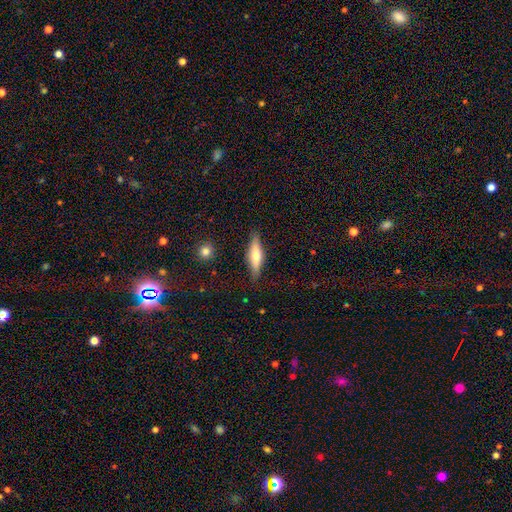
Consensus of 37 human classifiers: Smooth or featured? 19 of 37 (51%) said smooth. How rounded? 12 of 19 (63%) said cigar-shaped. Merging? 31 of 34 (91%) said none.